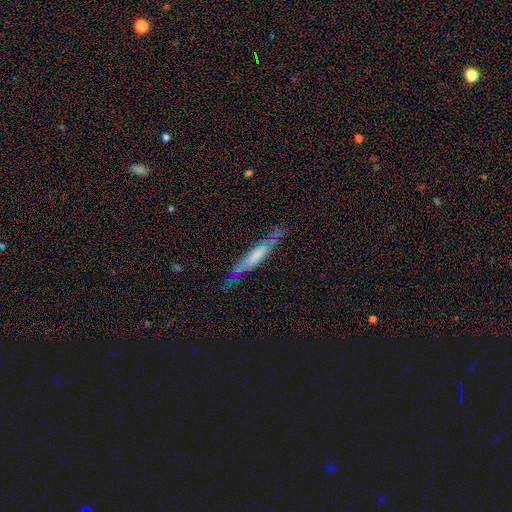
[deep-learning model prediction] The model was most divided on "smooth or featured": featured or disk: 59%, smooth: 34%, star or artifact: 7%. More confident: edge-on disk — yes (83%); merging — none (72%).